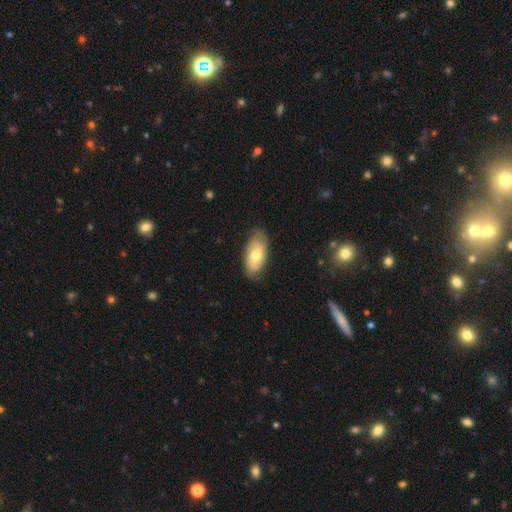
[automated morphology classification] Overall: smooth (62%; featured or disk 32%). How rounded: in between (93%). Merging: none (76%).